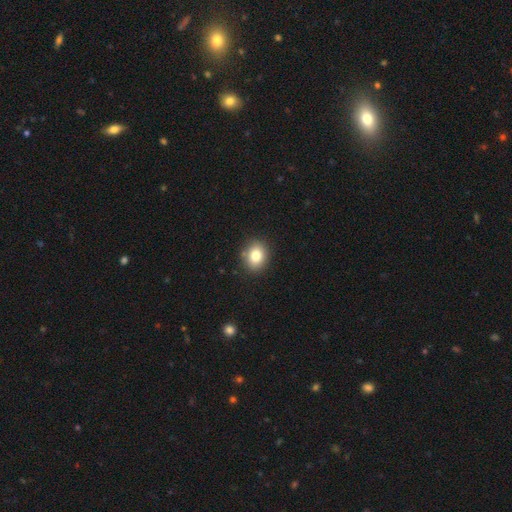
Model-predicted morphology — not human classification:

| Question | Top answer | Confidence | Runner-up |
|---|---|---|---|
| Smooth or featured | smooth | 81% | star or artifact (10%) |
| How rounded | round | 55% | in between (45%) |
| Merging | none | 87% | minor disturbance (9%) |